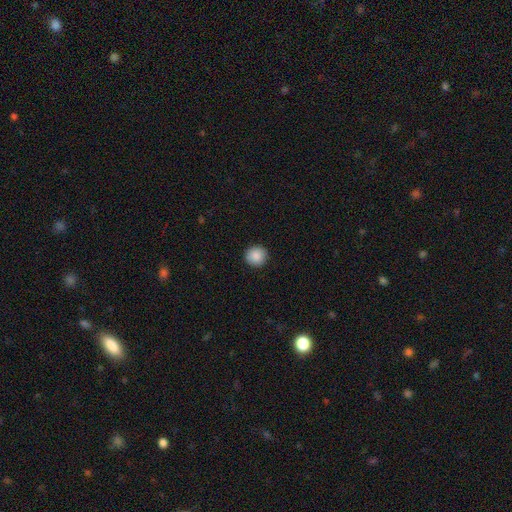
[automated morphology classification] Smooth or featured: smooth — 88% (star or artifact — 8%)
How rounded: round — 93% (in between — 6%)
Merging: none — 91% (minor disturbance — 6%)